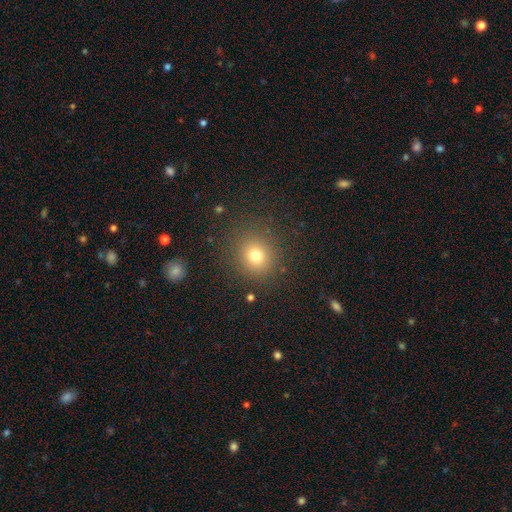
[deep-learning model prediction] smooth_or_featured: smooth (p=0.75) [alt: star or artifact p=0.16]
how_rounded: round (p=0.84) [alt: in between p=0.15]
merging: none (p=0.86) [alt: minor disturbance p=0.08]